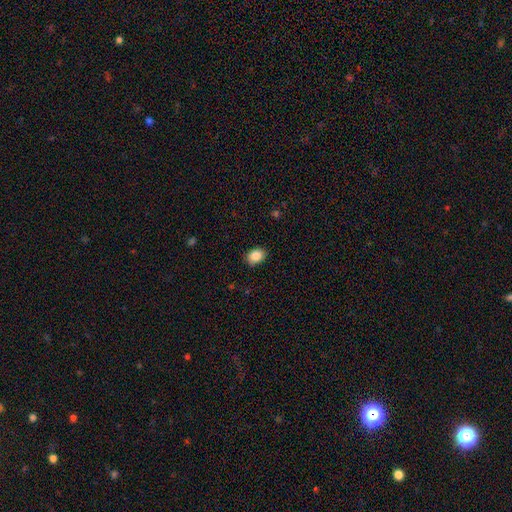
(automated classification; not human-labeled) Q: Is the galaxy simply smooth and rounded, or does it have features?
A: smooth — 86%.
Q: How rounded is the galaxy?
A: in between — 68%.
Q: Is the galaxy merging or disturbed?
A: none — 87%.